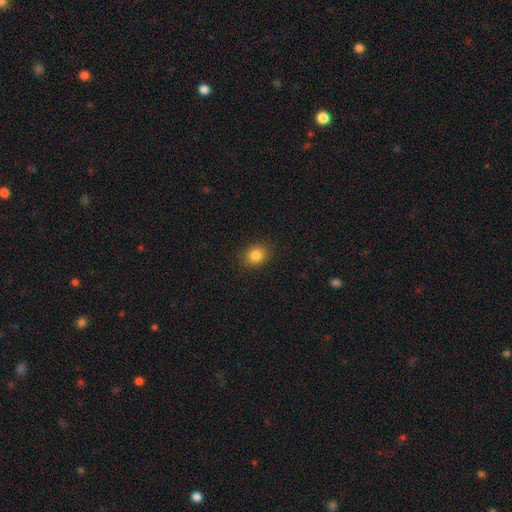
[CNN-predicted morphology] This is clearly a smooth galaxy (84%). How rounded: likely round (67%). Merging: clearly none (89%).